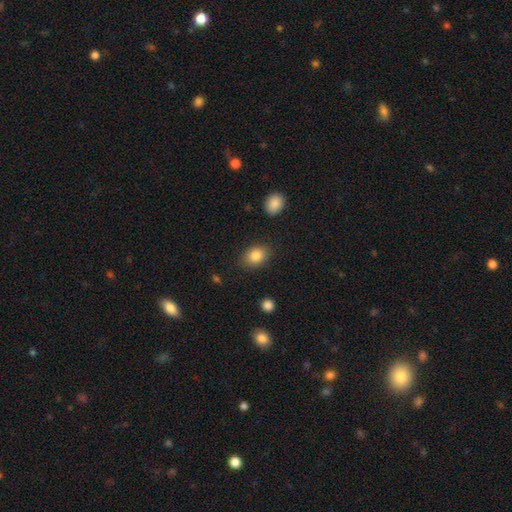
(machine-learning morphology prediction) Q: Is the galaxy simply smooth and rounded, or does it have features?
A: smooth — 85%.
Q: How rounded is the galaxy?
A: in between — 67%.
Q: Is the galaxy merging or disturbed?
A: none — 85%.